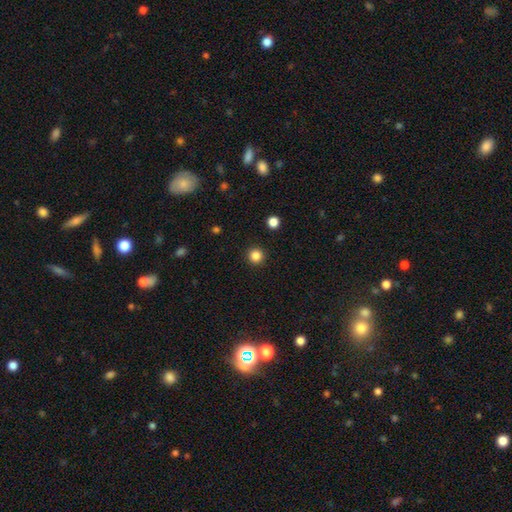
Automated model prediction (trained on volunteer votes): The model was most divided on "smooth or featured": smooth: 85%, star or artifact: 12%, featured or disk: 3%. More confident: how rounded — round (96%); merging — none (93%).